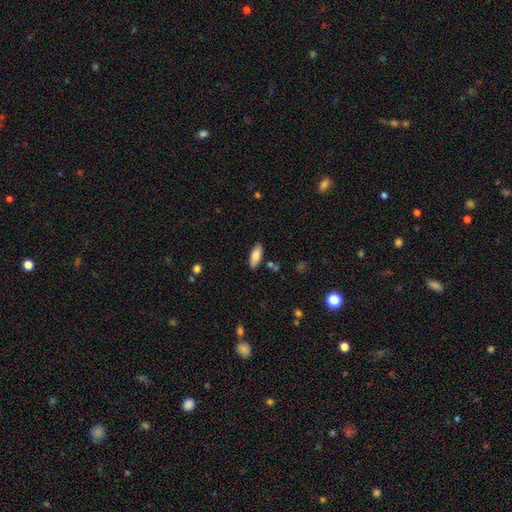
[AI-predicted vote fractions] Q: Smooth or featured?
A: smooth (83%); runner-up: featured or disk (11%)
Q: How rounded?
A: in between (78%); runner-up: cigar-shaped (21%)
Q: Merging?
A: none (84%); runner-up: minor disturbance (11%)